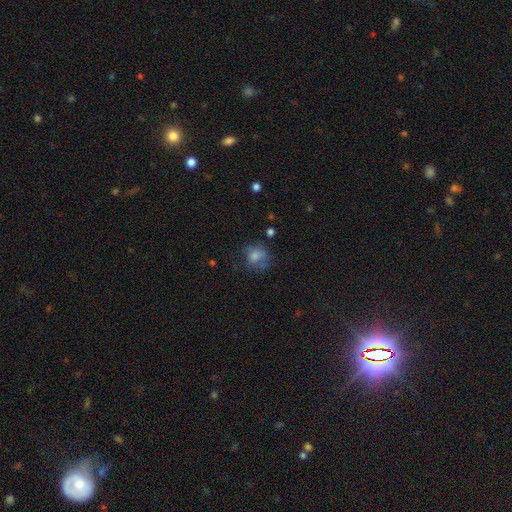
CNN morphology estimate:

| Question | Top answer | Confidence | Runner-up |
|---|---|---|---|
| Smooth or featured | smooth | 71% | featured or disk (17%) |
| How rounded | round | 63% | in between (36%) |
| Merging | none | 48% | minor disturbance (26%) |